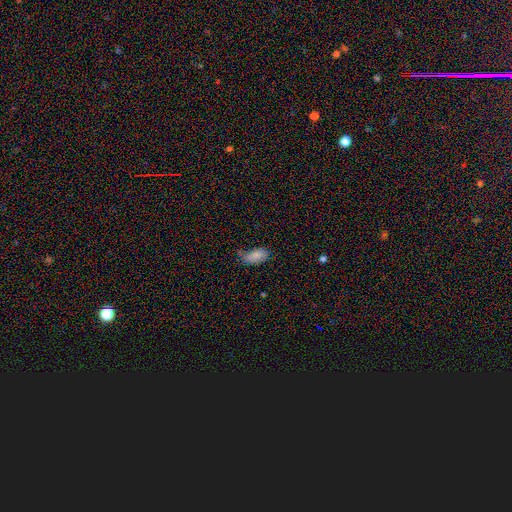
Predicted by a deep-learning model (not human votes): A smooth galaxy with no disk features (84%) that is in between round and cigar-shaped (92%). Merging: none (59%).